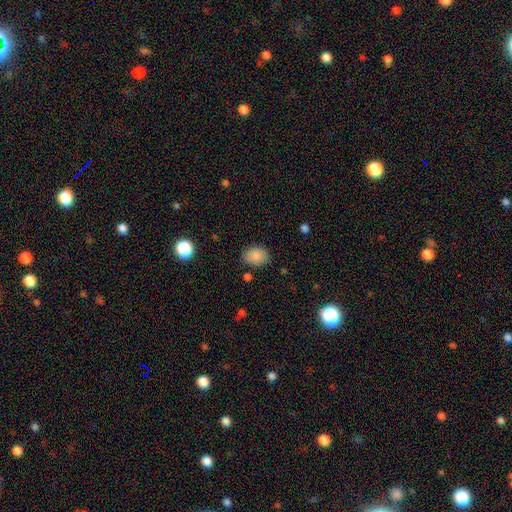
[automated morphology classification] Q: Smooth or featured?
A: smooth (86%); runner-up: star or artifact (9%)
Q: How rounded?
A: in between (72%); runner-up: round (27%)
Q: Merging?
A: none (81%); runner-up: minor disturbance (14%)